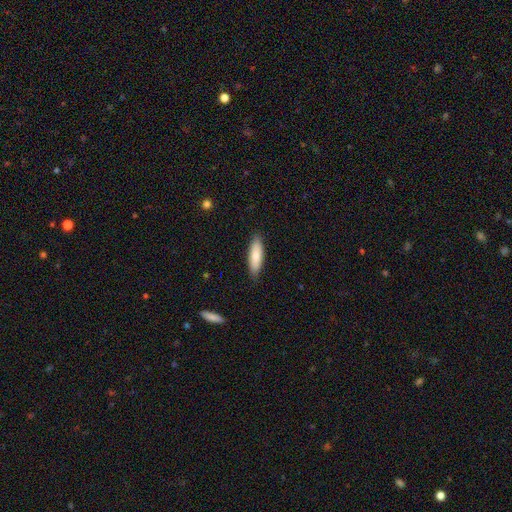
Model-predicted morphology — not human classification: Smooth or featured?
  - smooth: 82% *
  - featured or disk: 12%
  - star or artifact: 6%
How rounded?
  - cigar-shaped: 53% *
  - in between: 45%
  - round: 1%
Merging?
  - none: 87% *
  - minor disturbance: 10%
  - major disturbance: 2%
  - merger: 1%